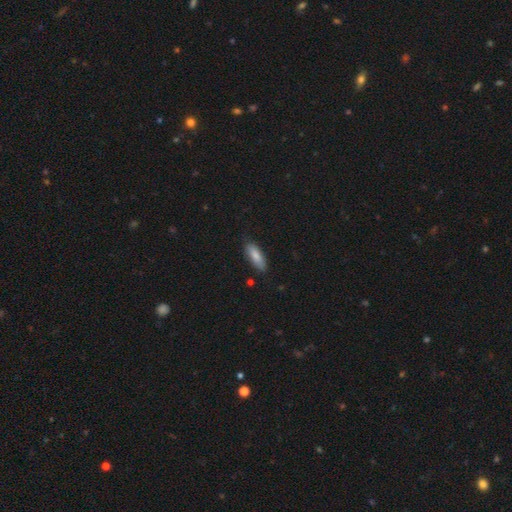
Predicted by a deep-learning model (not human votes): smooth 83%, featured or disk 11%, star or artifact 6%. Down the decision tree: how rounded — in between (61%); merging — none (80%).